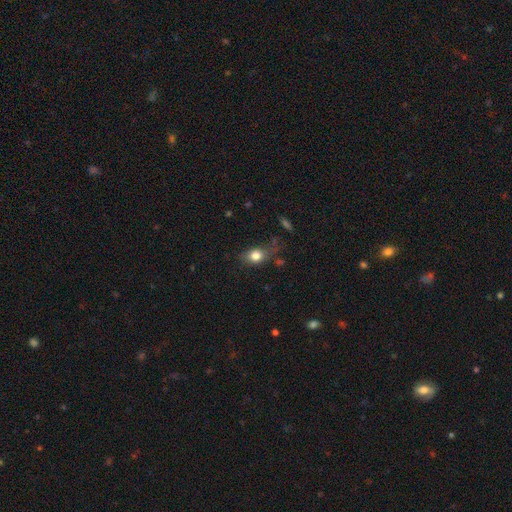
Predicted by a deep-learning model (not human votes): Smooth or featured? Predicted: smooth (p=0.79). How rounded? Predicted: in between (p=0.58). Merging? Predicted: none (p=0.59).